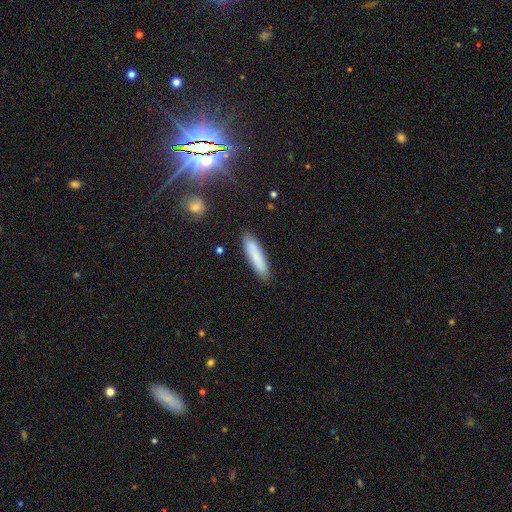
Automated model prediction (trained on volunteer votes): smooth 82%, featured or disk 11%, star or artifact 7%. Down the decision tree: how rounded — cigar-shaped (83%); merging — none (88%).